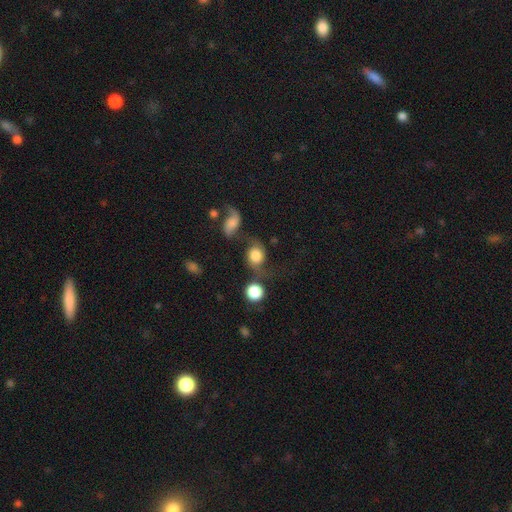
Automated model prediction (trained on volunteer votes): Q: Smooth or featured?
A: smooth (52%); runner-up: featured or disk (38%)
Q: How rounded?
A: round (69%); runner-up: in between (30%)
Q: Merging?
A: none (43%); runner-up: merger (21%)